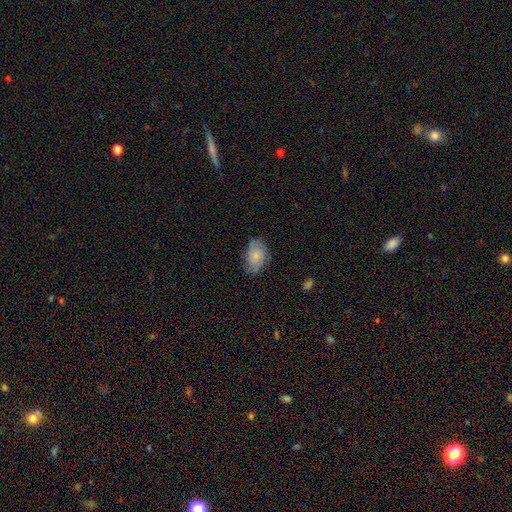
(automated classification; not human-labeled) Smooth or featured? smooth (61%)
How rounded? in between (85%)
Merging? none (69%)